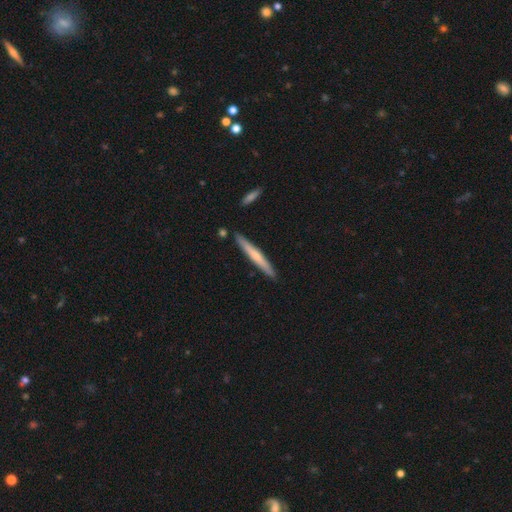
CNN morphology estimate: A smooth galaxy with no disk features (53%) that is cigar-shaped (96%). Merging: none (88%).